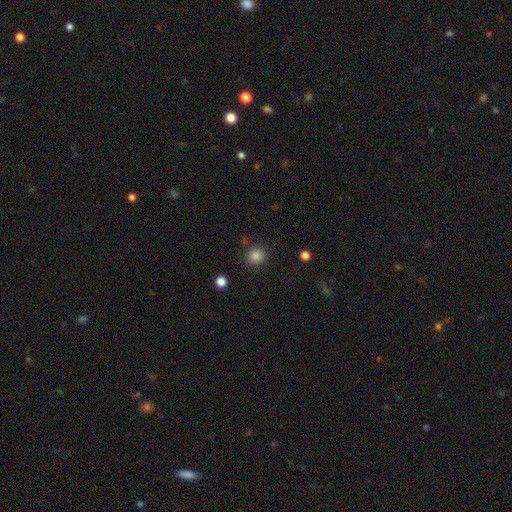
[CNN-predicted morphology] Overall: smooth (85%). How rounded: round (87%). Merging: none (85%).